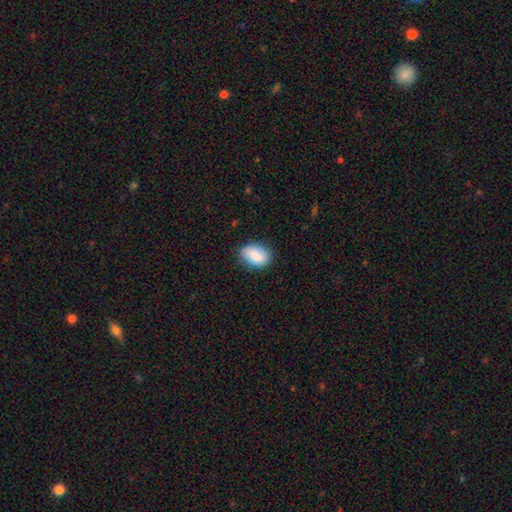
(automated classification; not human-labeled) smooth_or_featured: smooth (p=0.83) [alt: featured or disk p=0.10]
how_rounded: in between (p=0.86) [alt: round p=0.13]
merging: none (p=0.80) [alt: minor disturbance p=0.16]